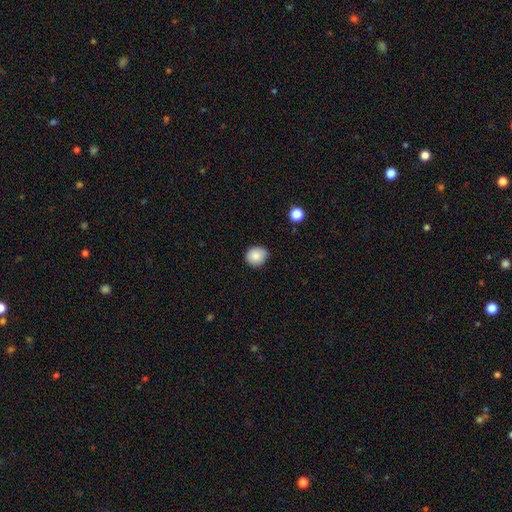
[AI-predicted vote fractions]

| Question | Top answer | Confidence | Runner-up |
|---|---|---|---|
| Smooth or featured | smooth | 86% | star or artifact (9%) |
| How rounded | round | 76% | in between (23%) |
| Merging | none | 81% | minor disturbance (16%) |